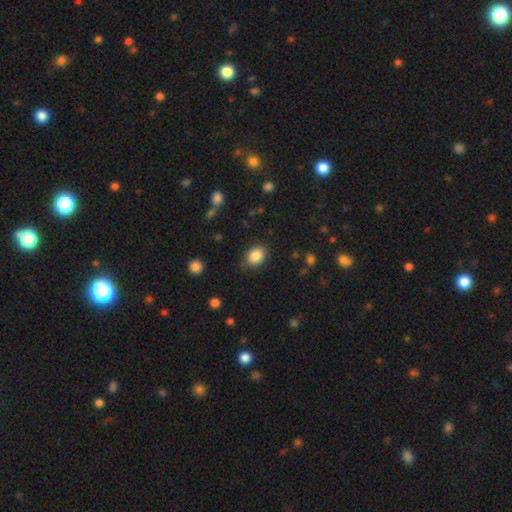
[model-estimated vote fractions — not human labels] Q: Smooth or featured?
A: smooth (86%); runner-up: star or artifact (9%)
Q: How rounded?
A: in between (63%); runner-up: round (36%)
Q: Merging?
A: none (79%); runner-up: minor disturbance (15%)